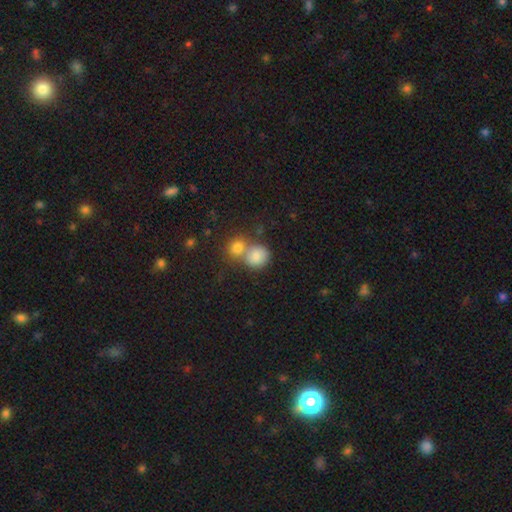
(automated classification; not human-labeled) Morphology: type=smooth (80%); roundness=round (79%); merging=merger (49%).